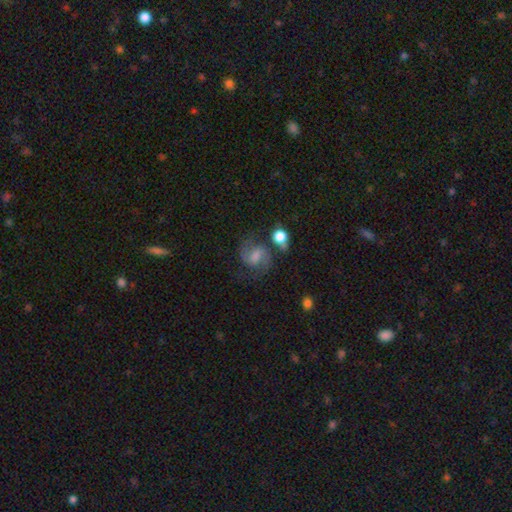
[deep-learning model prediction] The model was most divided on "bulge size": moderate: 41%, small: 31%, none: 16%, large: 11%, dominant: 2%. More confident: edge-on disk — no (97%); spiral arms — yes (94%); spiral arm count — 2 (90%); smooth or featured — featured or disk (72%); merging — none (68%); spiral winding — medium (56%); bar — weak (54%).